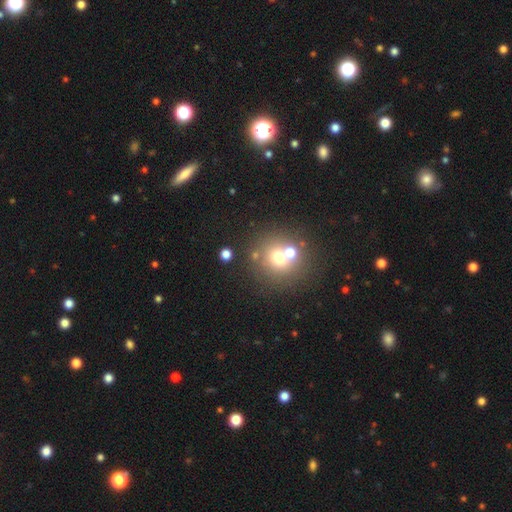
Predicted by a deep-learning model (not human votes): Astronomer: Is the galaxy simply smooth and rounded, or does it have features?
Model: smooth — 58%.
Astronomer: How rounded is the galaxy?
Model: round — 88%.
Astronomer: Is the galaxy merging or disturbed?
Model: none — 55% (runner-up: merger, 33%).